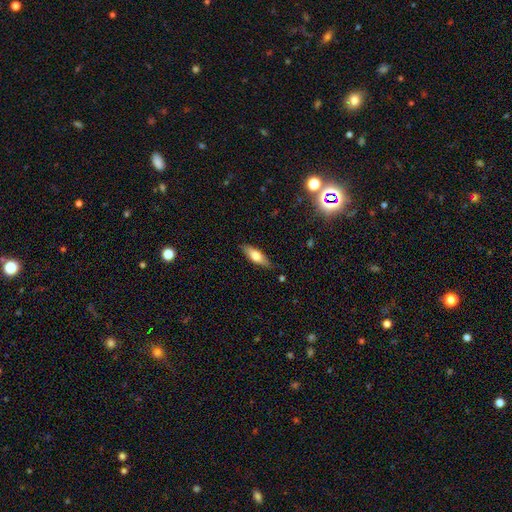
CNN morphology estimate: Q: Smooth or featured?
A: smooth (62%); runner-up: featured or disk (31%)
Q: How rounded?
A: in between (51%); runner-up: cigar-shaped (47%)
Q: Merging?
A: none (84%); runner-up: minor disturbance (13%)